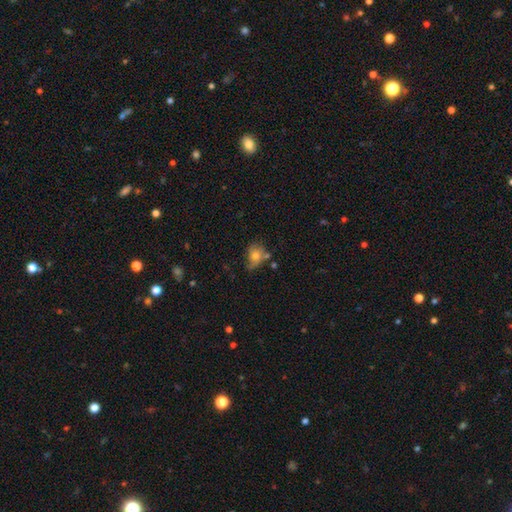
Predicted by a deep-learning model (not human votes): smooth_or_featured: smooth (p=0.65) [alt: featured or disk p=0.25]
how_rounded: in between (p=0.64) [alt: round p=0.34]
merging: none (p=0.40) [alt: minor disturbance p=0.32]